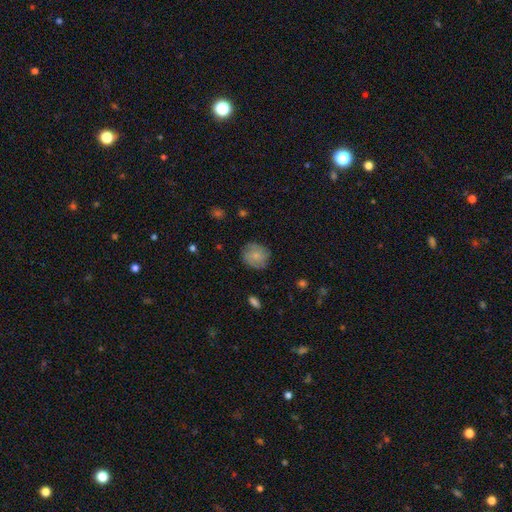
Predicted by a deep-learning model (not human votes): Q: Smooth or featured?
A: smooth (70%); runner-up: featured or disk (22%)
Q: How rounded?
A: round (80%); runner-up: in between (19%)
Q: Merging?
A: none (79%); runner-up: minor disturbance (16%)